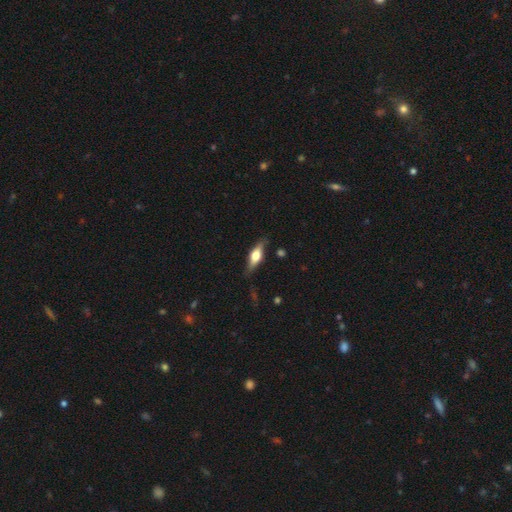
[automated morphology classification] Overall: featured or disk (54%; smooth 40%). Edge-on disk: yes (91%). Merging: none (77%).